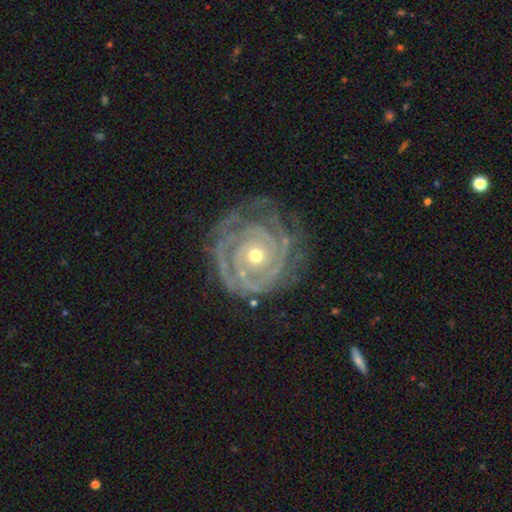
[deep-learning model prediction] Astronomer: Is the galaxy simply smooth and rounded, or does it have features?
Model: featured or disk — 90%.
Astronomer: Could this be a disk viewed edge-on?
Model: no — 97%.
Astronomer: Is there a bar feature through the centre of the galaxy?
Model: no — 82%.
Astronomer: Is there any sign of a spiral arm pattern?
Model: yes — 96%.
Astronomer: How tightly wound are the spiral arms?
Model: tight — 84%.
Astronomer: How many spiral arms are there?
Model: can't tell — 26% (runner-up: 2, 24%).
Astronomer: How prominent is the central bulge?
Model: moderate — 52% (runner-up: small, 45%).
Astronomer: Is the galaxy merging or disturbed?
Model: none — 69%.